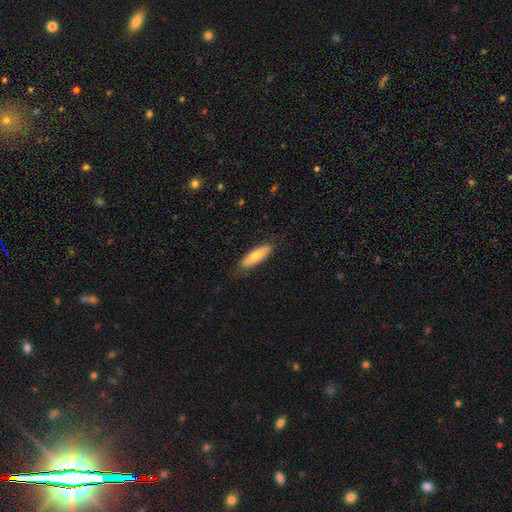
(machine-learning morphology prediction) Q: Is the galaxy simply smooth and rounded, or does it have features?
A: smooth — 74%.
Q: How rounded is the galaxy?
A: in between — 57%.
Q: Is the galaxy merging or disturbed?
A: none — 83%.